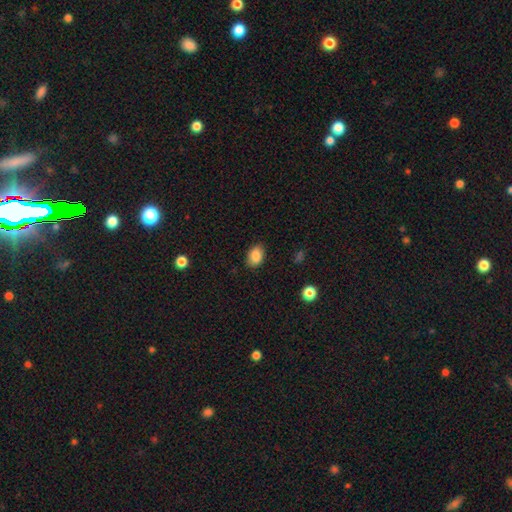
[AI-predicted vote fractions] A smooth galaxy with no disk features (86%) that is in between round and cigar-shaped (83%). Merging: none (86%).